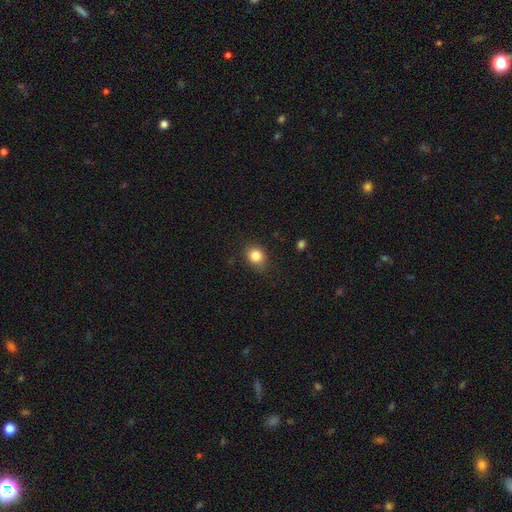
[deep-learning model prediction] This is clearly a smooth galaxy (83%). How rounded: likely round (61%). Merging: likely none (78%).